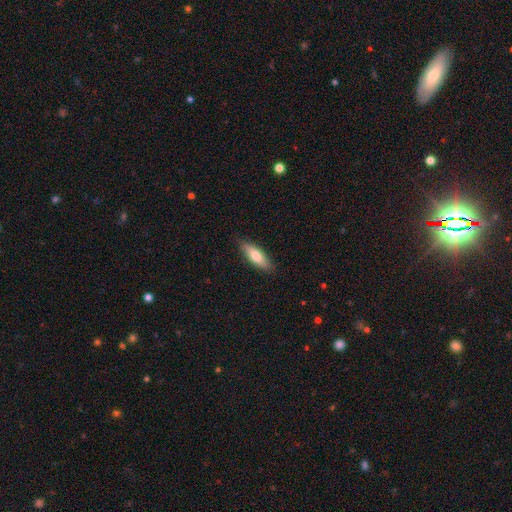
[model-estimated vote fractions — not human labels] Overall: smooth (74%). How rounded: in between (52%; cigar-shaped 46%). Merging: none (86%).